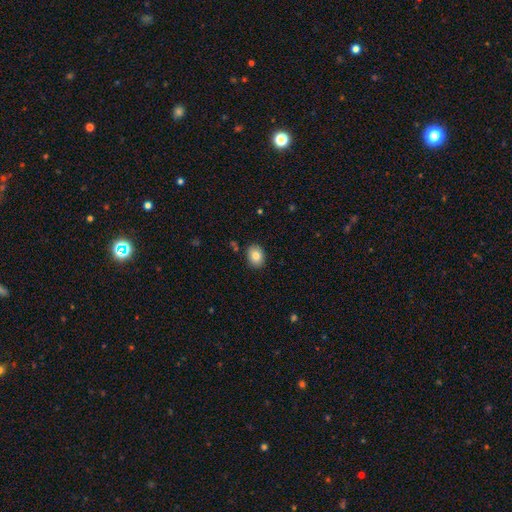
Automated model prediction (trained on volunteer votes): Smooth or featured?
  - smooth: 84% *
  - star or artifact: 8%
  - featured or disk: 8%
How rounded?
  - in between: 63% *
  - round: 36%
  - cigar-shaped: 1%
Merging?
  - none: 88% *
  - minor disturbance: 8%
  - major disturbance: 2%
  - merger: 2%